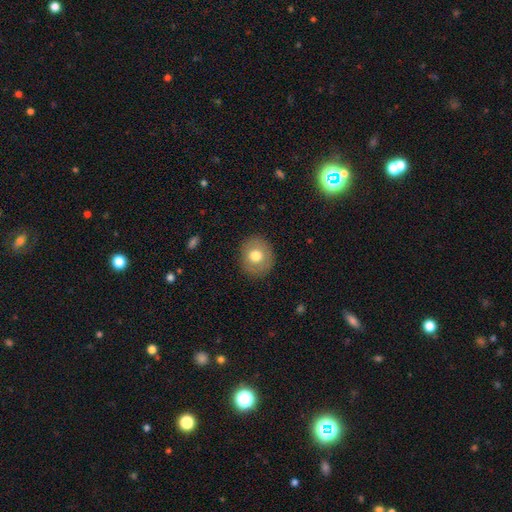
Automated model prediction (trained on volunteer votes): This appears to be a smooth galaxy with no disk features (73%) that is round (76%). Merging: none (88%).